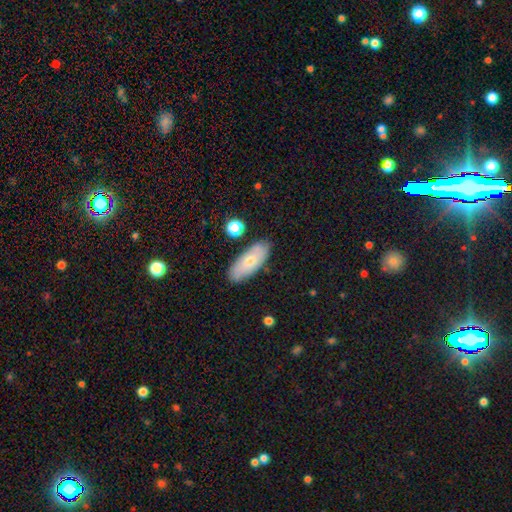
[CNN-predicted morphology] Smooth or featured?
  - smooth: 65% *
  - featured or disk: 28%
  - star or artifact: 7%
How rounded?
  - in between: 80% *
  - cigar-shaped: 17%
  - round: 3%
Merging?
  - none: 81% *
  - minor disturbance: 13%
  - merger: 3%
  - major disturbance: 3%